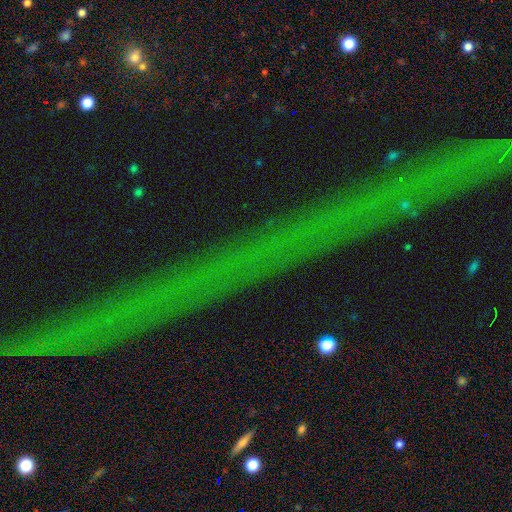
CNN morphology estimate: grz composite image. It shows a star or artifact, not a galaxy (72%).